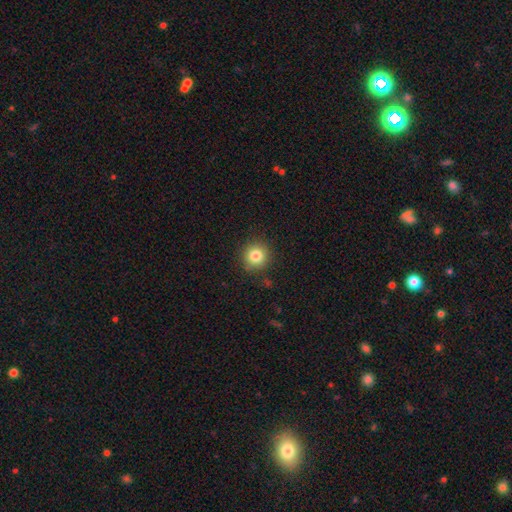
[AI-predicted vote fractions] The model was most divided on "smooth or featured": smooth: 82%, star or artifact: 11%, featured or disk: 7%. More confident: how rounded — round (93%); merging — none (89%).